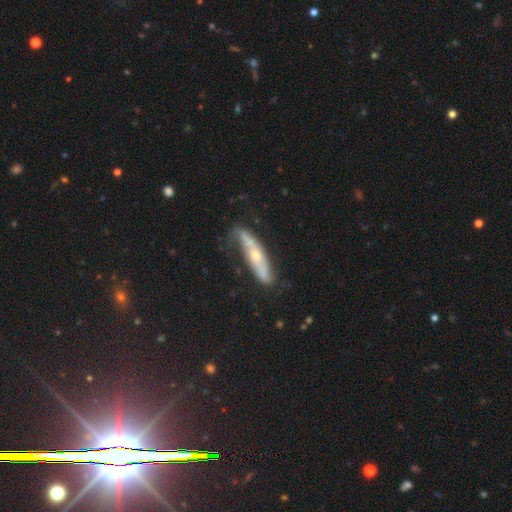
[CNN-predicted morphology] Smooth or featured: featured or disk — 68% (smooth — 25%)
Edge-on disk: no — 51% (yes — 49%)
Merging: none — 59% (minor disturbance — 27%)